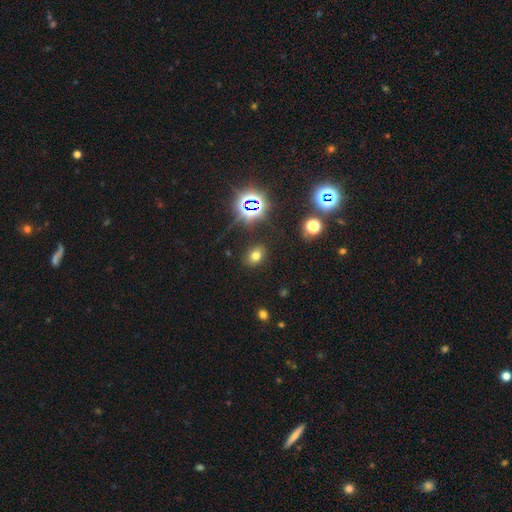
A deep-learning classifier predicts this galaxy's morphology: Q: Smooth or featured?
A: smooth (65%); runner-up: star or artifact (25%)
Q: How rounded?
A: in between (68%); runner-up: round (31%)
Q: Merging?
A: none (85%); runner-up: minor disturbance (9%)